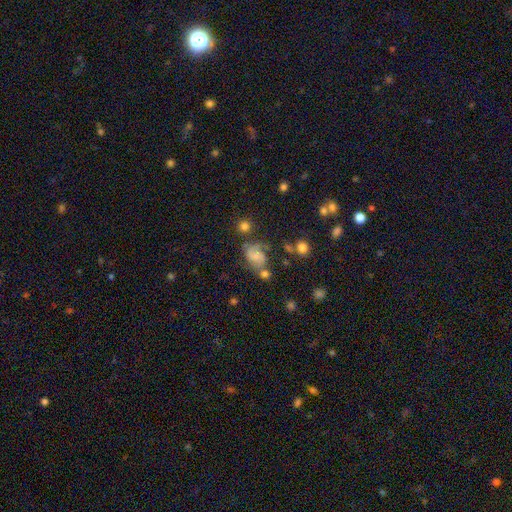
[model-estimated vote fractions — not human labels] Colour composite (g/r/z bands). It shows a featured or disk galaxy (49%). Merging: none (40%).